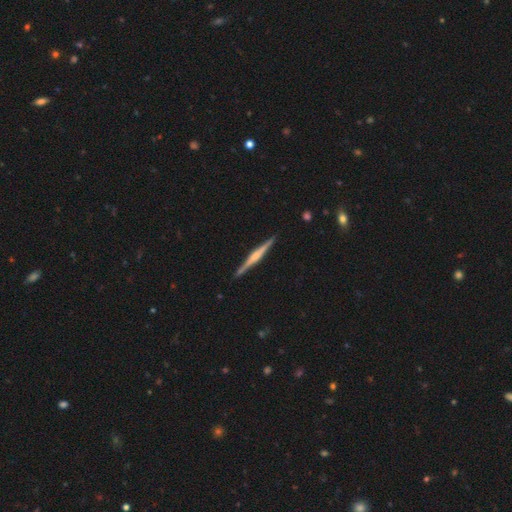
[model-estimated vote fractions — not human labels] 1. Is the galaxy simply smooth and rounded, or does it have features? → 79% featured or disk, 17% smooth, 5% star or artifact.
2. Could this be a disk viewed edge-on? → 98% yes, 2% no.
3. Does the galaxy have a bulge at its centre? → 66% rounded, 22% boxy, 12% none.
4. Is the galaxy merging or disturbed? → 91% none, 7% minor disturbance, 1% major disturbance, 1% merger.